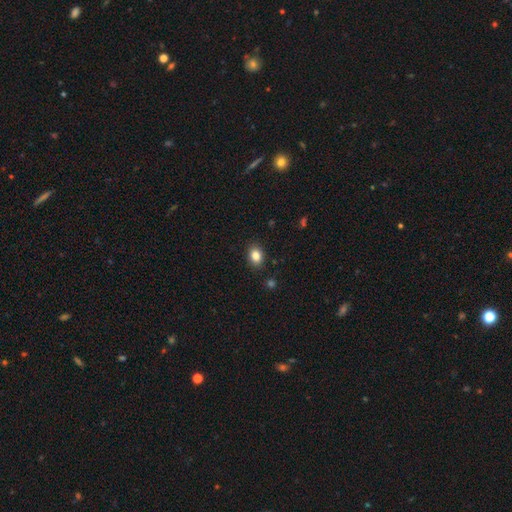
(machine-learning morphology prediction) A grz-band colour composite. It shows a smooth galaxy with no disk features (84%) that is in between round and cigar-shaped (63%). Merging: none (88%).